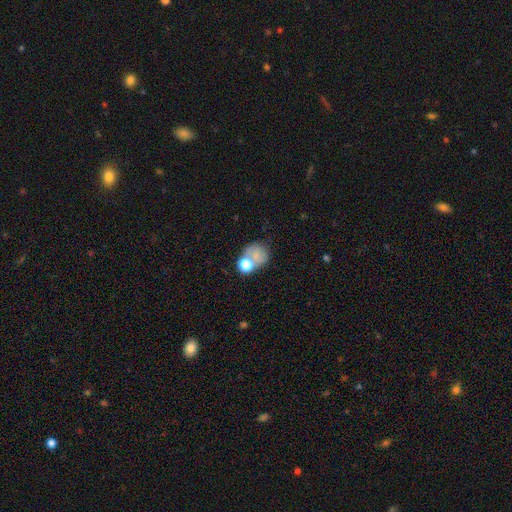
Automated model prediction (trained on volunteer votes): Smooth or featured? Predicted: smooth (p=0.66). How rounded? Predicted: round (p=0.65). Merging? Predicted: none (p=0.37).